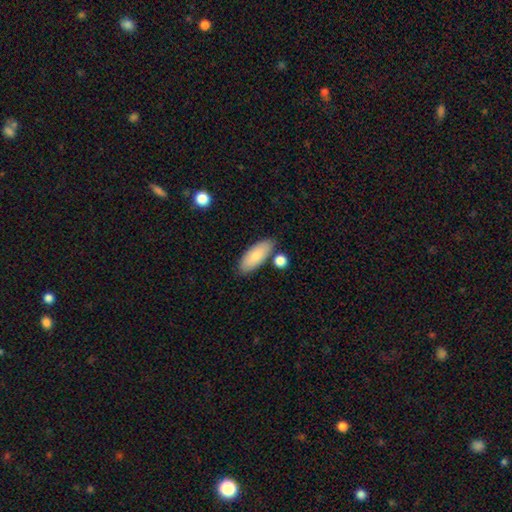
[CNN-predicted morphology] Smooth or featured?
  - smooth: 81% *
  - featured or disk: 13%
  - star or artifact: 6%
How rounded?
  - in between: 79% *
  - cigar-shaped: 19%
  - round: 2%
Merging?
  - none: 77% *
  - minor disturbance: 13%
  - merger: 8%
  - major disturbance: 3%